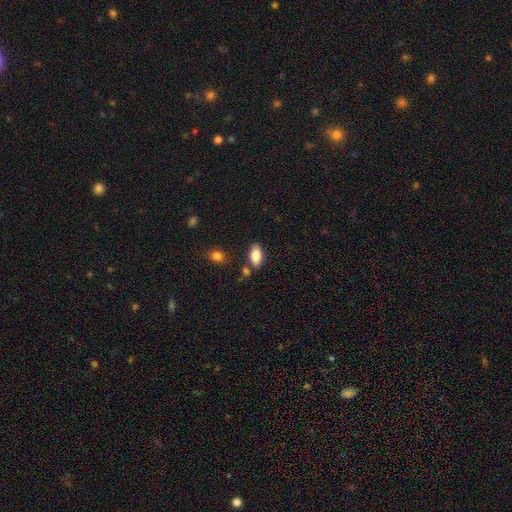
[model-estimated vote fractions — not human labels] Morphology: type=smooth (87%); roundness=in between (92%); merging=none (78%).